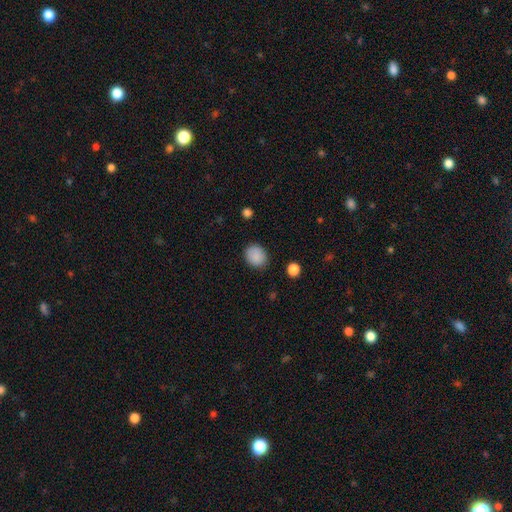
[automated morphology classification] Smooth or featured? smooth (88%)
How rounded? round (64%)
Merging? none (85%)